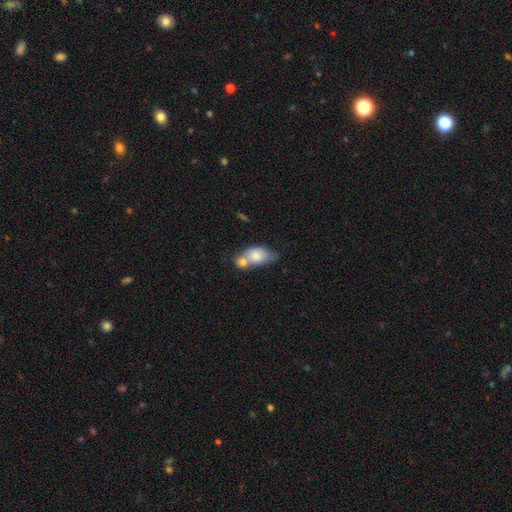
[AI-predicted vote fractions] Morphology: type=smooth (75%); roundness=in between (84%); merging=merger (58%).